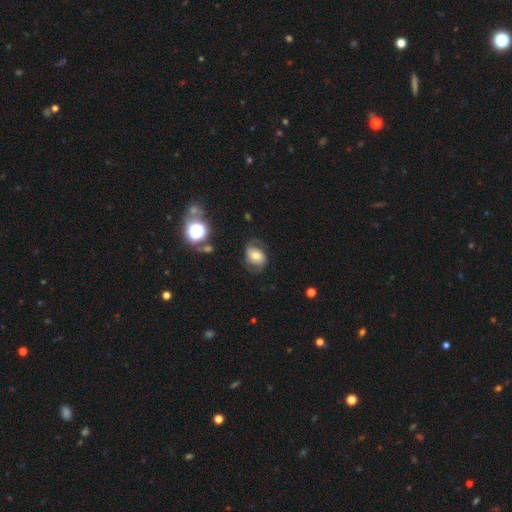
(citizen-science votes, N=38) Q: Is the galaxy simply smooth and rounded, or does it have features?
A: featured or disk — 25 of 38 (66%).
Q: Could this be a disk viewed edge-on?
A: no — 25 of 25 (100%).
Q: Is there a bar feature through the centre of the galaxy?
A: no — 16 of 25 (64%).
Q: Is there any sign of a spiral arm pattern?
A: yes — 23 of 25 (92%).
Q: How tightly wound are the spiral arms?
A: medium — 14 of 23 (61%).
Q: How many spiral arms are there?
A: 2 — 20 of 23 (87%).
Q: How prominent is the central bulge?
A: moderate — 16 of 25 (64%).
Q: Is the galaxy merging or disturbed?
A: none — 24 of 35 (69%).